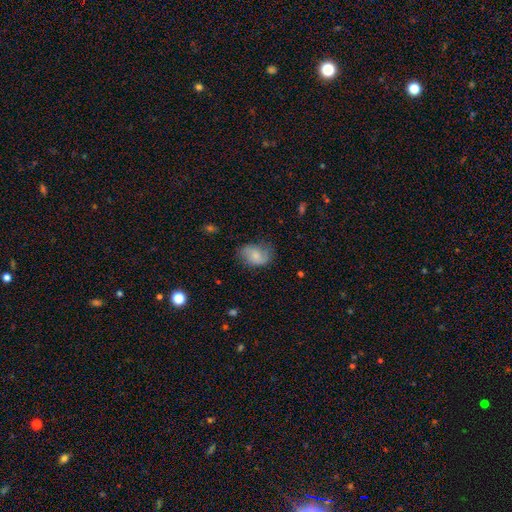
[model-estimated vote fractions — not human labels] Smooth or featured?
  - smooth: 68% *
  - featured or disk: 24%
  - star or artifact: 8%
How rounded?
  - in between: 79% *
  - round: 20%
  - cigar-shaped: 1%
Merging?
  - none: 59% *
  - minor disturbance: 29%
  - major disturbance: 11%
  - merger: 1%